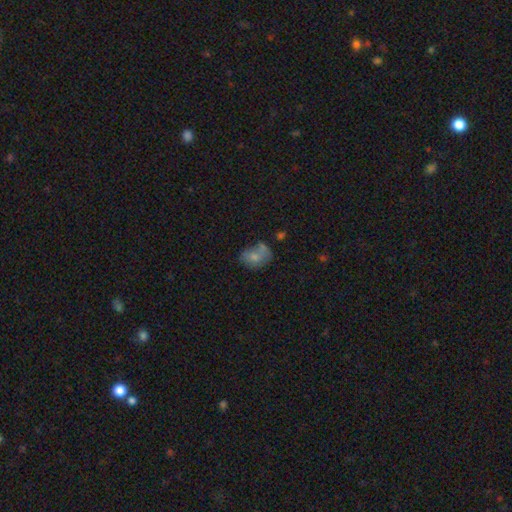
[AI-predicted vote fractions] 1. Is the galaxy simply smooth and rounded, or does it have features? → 66% smooth, 23% featured or disk, 10% star or artifact.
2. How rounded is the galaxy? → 68% in between, 30% round, 1% cigar-shaped.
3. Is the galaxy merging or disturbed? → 40% none, 26% minor disturbance, 20% merger, 14% major disturbance.